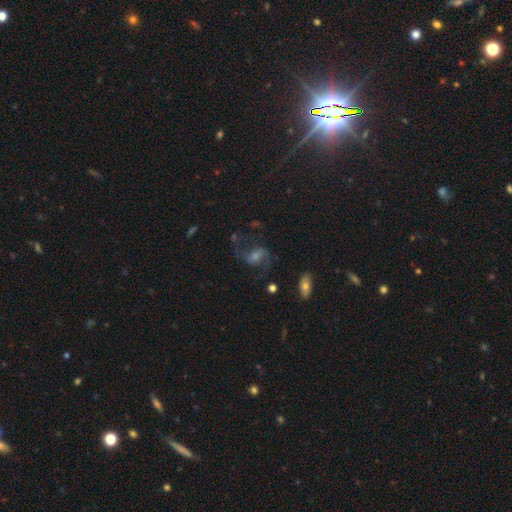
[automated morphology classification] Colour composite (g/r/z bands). It shows a featured or disk galaxy (66%) with a weak bar (48%), 2 (88%) loose (46%) spiral arms (90%) and a moderate central bulge (36%). Merging: none (64%).